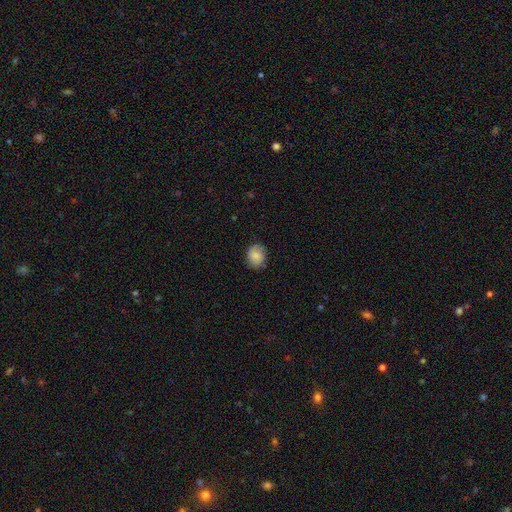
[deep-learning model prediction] Smooth or featured? Predicted: smooth (p=0.84). How rounded? Predicted: round (p=0.65). Merging? Predicted: none (p=0.82).